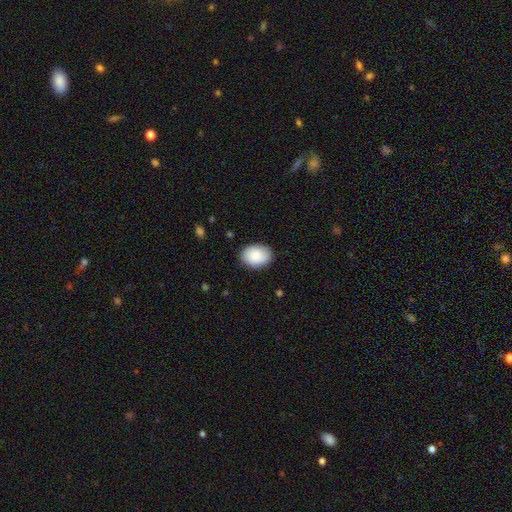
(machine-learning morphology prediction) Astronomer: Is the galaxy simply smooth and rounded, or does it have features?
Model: smooth — 86%.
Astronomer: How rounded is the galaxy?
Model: in between — 75%.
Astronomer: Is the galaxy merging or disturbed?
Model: none — 86%.